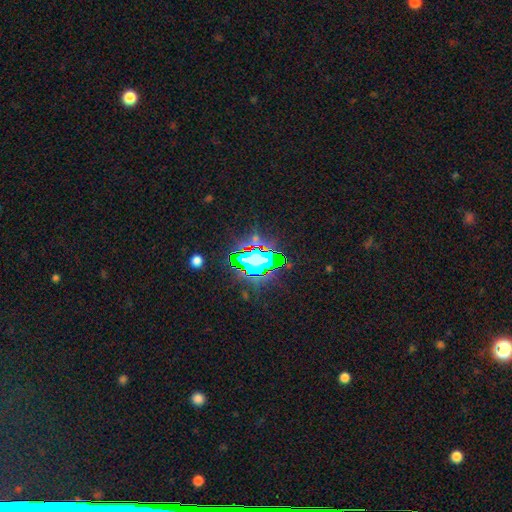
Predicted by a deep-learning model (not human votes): Overall: star or artifact (81%).